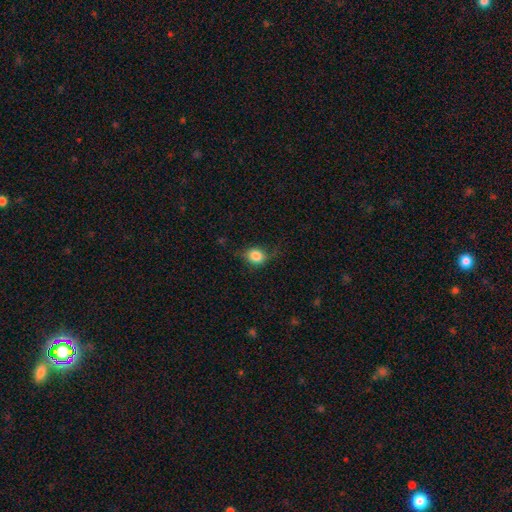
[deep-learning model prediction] Smooth or featured?
  - smooth: 82% *
  - star or artifact: 10%
  - featured or disk: 8%
How rounded?
  - round: 62% *
  - in between: 37%
  - cigar-shaped: 1%
Merging?
  - none: 66% *
  - minor disturbance: 24%
  - major disturbance: 8%
  - merger: 1%